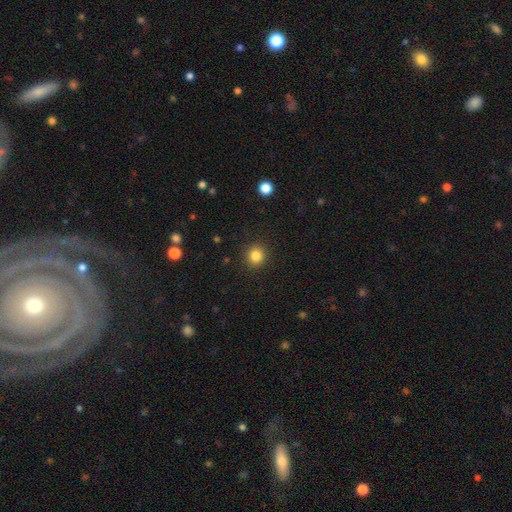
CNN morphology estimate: A smooth galaxy with no disk features (84%) that is round (87%). Merging: none (91%).